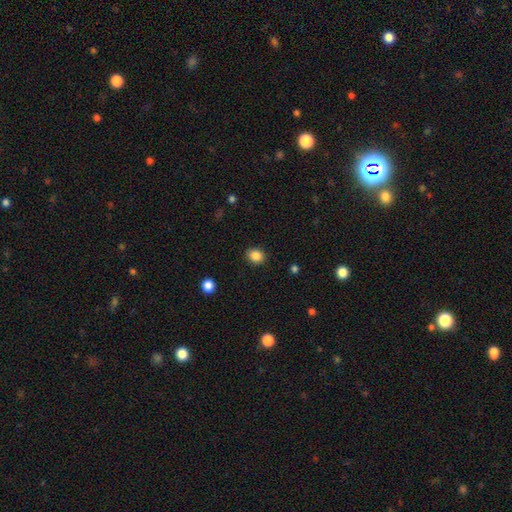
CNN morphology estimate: A smooth galaxy with no disk features (86%) that is round (56%).

Vote fractions:
- Smooth or featured? smooth: 86% / star or artifact: 10% / featured or disk: 4%
- How rounded? round: 56% / in between: 43% / cigar-shaped: 1%
- Merging? none: 89% / minor disturbance: 8% / major disturbance: 2% / merger: 1%